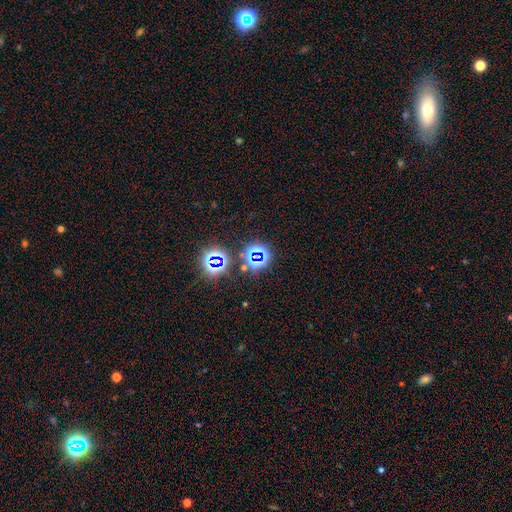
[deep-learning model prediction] Smooth or featured? star or artifact (73%)